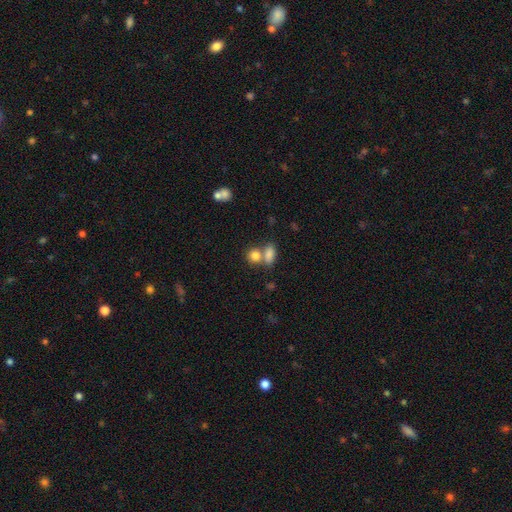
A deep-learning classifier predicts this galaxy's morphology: Smooth or featured?
  - smooth: 82% *
  - star or artifact: 10%
  - featured or disk: 8%
How rounded?
  - round: 53% *
  - in between: 44%
  - cigar-shaped: 2%
Merging?
  - merger: 45% *
  - none: 43%
  - minor disturbance: 9%
  - major disturbance: 4%